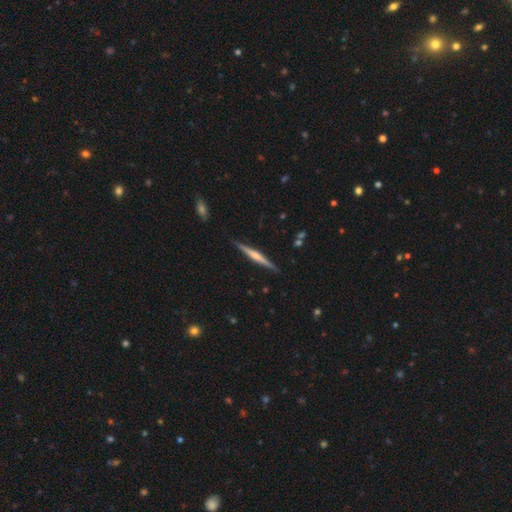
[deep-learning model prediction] This is likely a featured or disk galaxy (65%). It is clearly viewed edge-on (98%). Edge-on bulge: possibly rounded (58%). Merging: clearly none (89%).